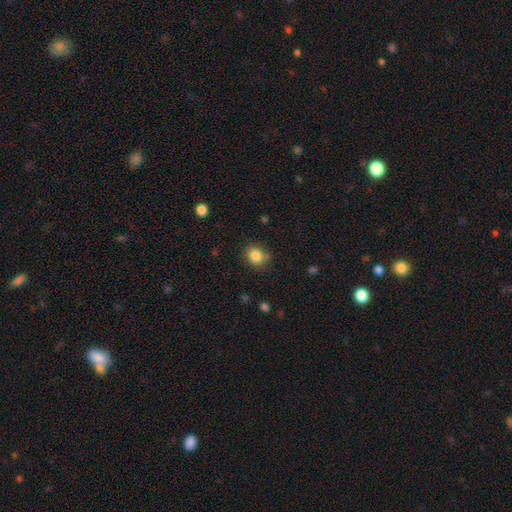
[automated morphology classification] Smooth or featured? smooth (85%)
How rounded? round (66%)
Merging? none (78%)